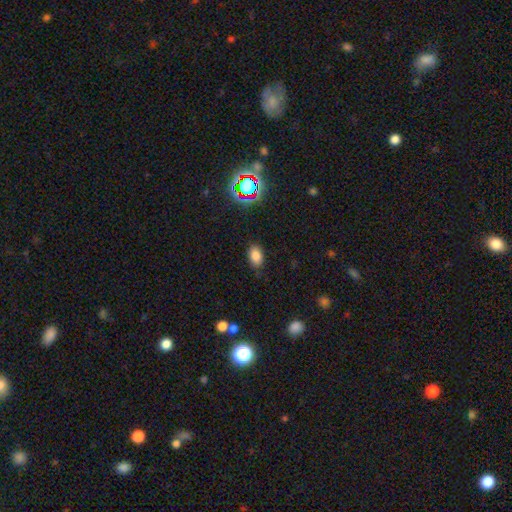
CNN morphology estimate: The model was most divided on "smooth or featured": smooth: 81%, star or artifact: 13%, featured or disk: 6%. More confident: how rounded — in between (86%); merging — none (83%).